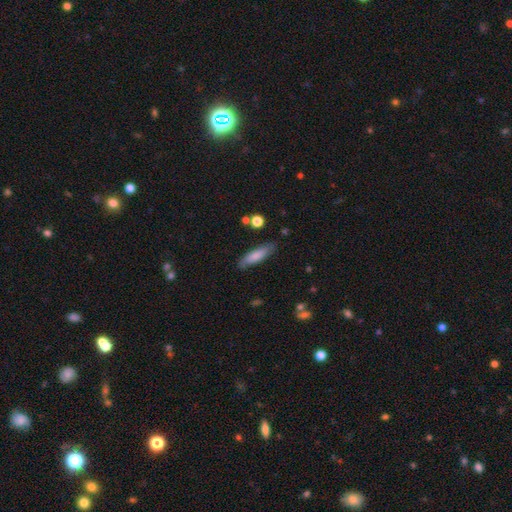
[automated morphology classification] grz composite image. It shows a smooth galaxy with no disk features (76%) that is cigar-shaped (69%). Merging: none (82%).